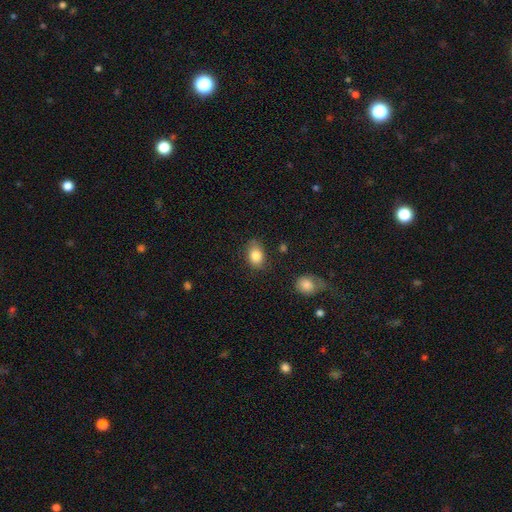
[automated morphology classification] smooth 85%, star or artifact 8%, featured or disk 7%. Down the decision tree: how rounded — in between (75%); merging — none (78%).